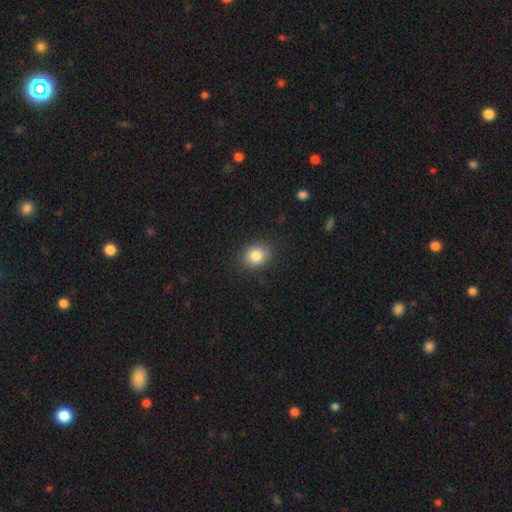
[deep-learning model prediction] Smooth or featured: smooth — 84% (star or artifact — 10%)
How rounded: round — 60% (in between — 39%)
Merging: none — 87% (minor disturbance — 9%)